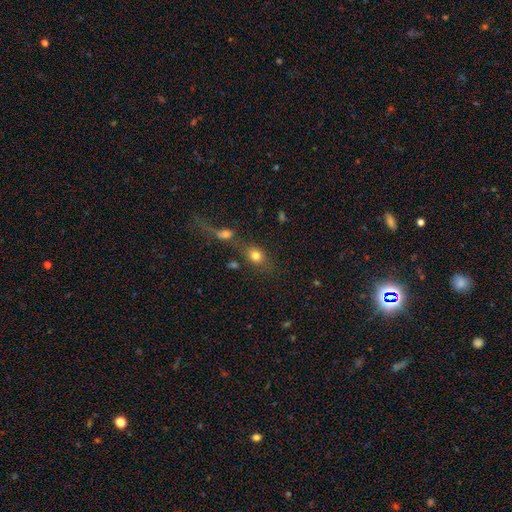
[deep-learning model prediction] This is likely a smooth galaxy (76%). How rounded: possibly round (50%). Merging: possibly none (51%).